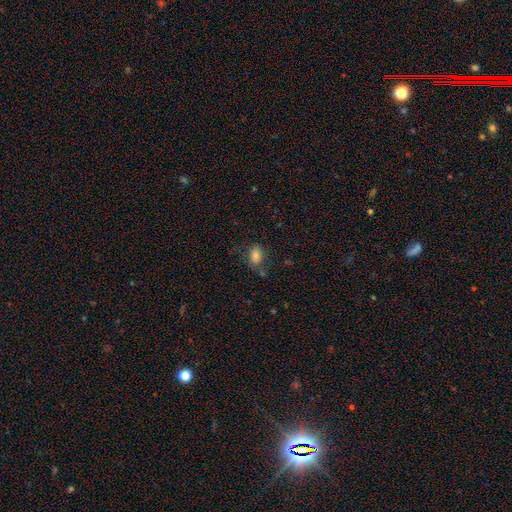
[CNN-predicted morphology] smooth_or_featured: smooth (p=0.82) [alt: star or artifact p=0.10]
how_rounded: in between (p=0.86) [alt: round p=0.12]
merging: none (p=0.71) [alt: minor disturbance p=0.18]